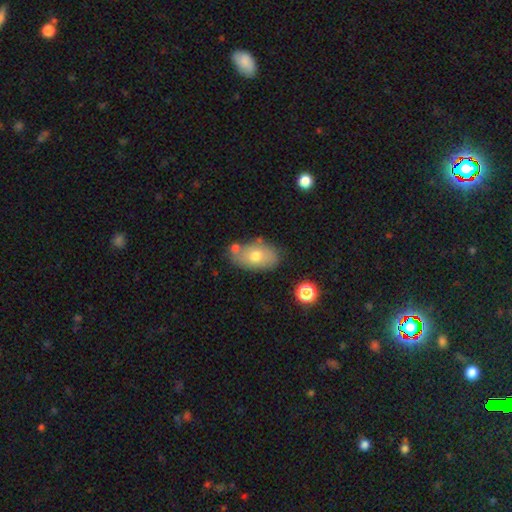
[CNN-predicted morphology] This appears to be a smooth galaxy with no disk features (66%) that is in between round and cigar-shaped (88%). Merging: none (66%).